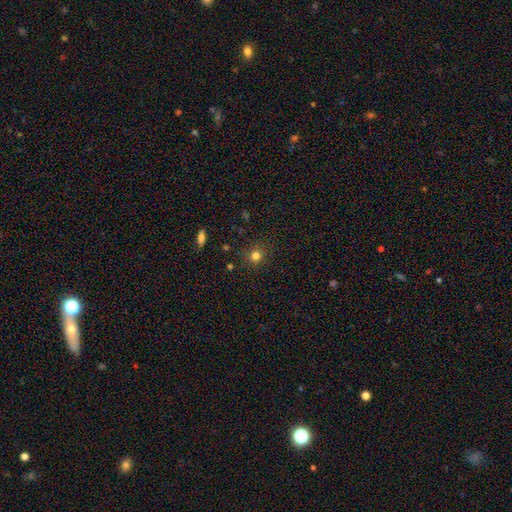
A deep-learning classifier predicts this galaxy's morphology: A smooth galaxy with no disk features (78%) that is round (89%). Merging: none (87%).